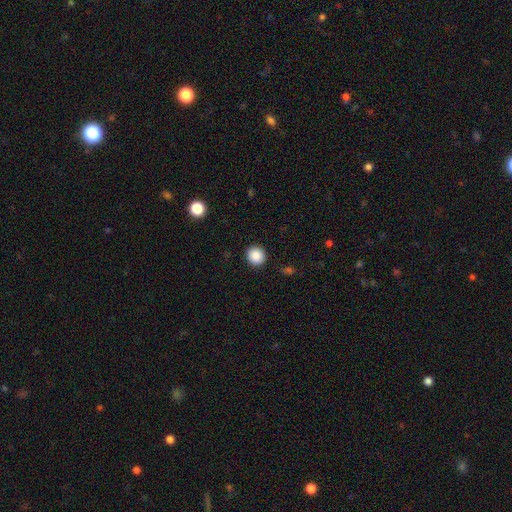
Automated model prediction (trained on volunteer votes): This appears to be a smooth galaxy with no disk features (88%) that is round (92%). Merging: none (92%).